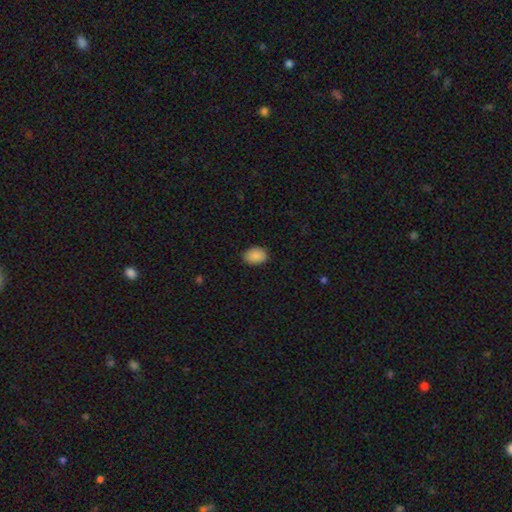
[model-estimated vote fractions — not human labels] Smooth or featured?
  - smooth: 89% *
  - star or artifact: 7%
  - featured or disk: 3%
How rounded?
  - in between: 80% *
  - round: 19%
  - cigar-shaped: 1%
Merging?
  - none: 87% *
  - minor disturbance: 10%
  - major disturbance: 2%
  - merger: 1%